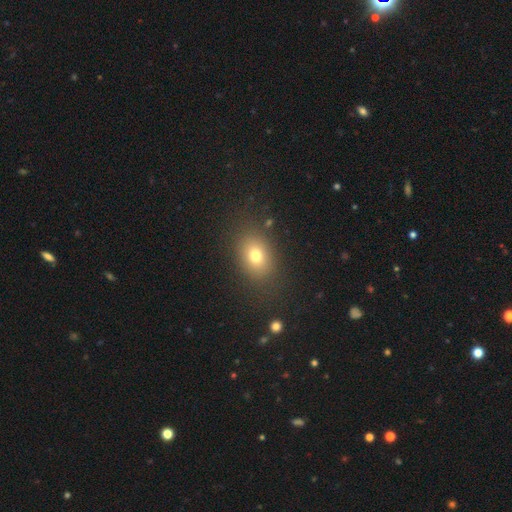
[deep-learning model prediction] This is likely a smooth galaxy (75%). How rounded: likely in between (68%). Merging: clearly none (83%).